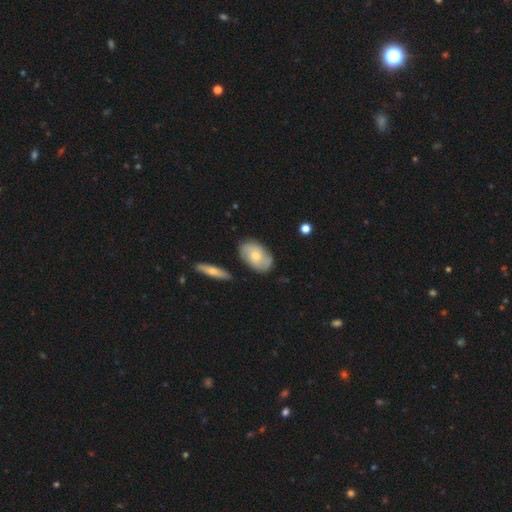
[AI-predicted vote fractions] smooth_or_featured: featured or disk (p=0.50) [alt: smooth p=0.44]
disk_edge_on: no (p=0.92) [alt: yes p=0.08]
merging: none (p=0.75) [alt: minor disturbance p=0.17]